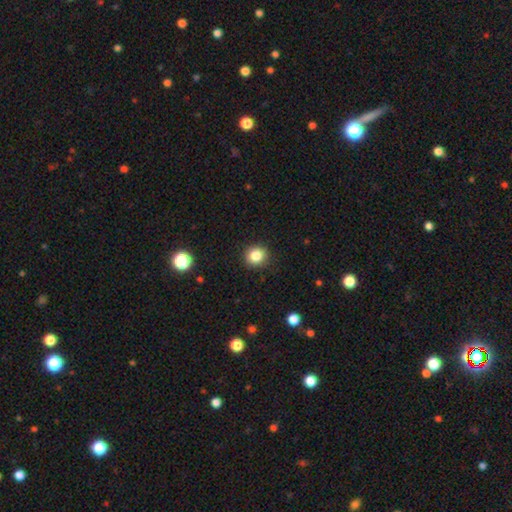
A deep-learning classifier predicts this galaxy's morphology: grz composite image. It shows a smooth galaxy with no disk features (83%) that is round (88%). Merging: none (90%).